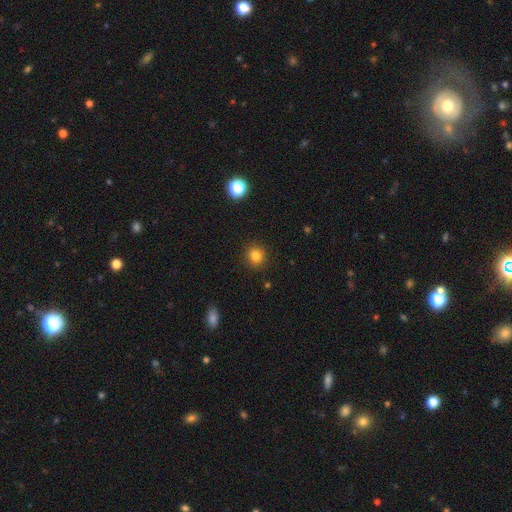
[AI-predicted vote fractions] Smooth or featured? Predicted: smooth (p=0.83). How rounded? Predicted: round (p=0.87). Merging? Predicted: none (p=0.90).